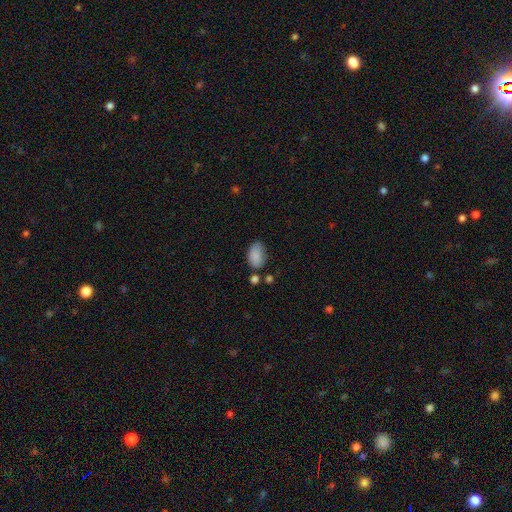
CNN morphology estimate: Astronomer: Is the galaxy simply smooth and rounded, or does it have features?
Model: smooth — 86%.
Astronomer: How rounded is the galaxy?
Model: in between — 91%.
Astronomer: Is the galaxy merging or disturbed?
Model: none — 62%.